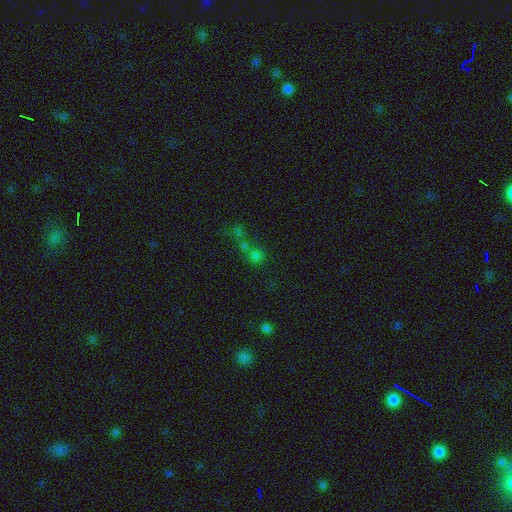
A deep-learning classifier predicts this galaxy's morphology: A smooth galaxy with no disk features (59%) that is round (88%). Merging: none (49%).